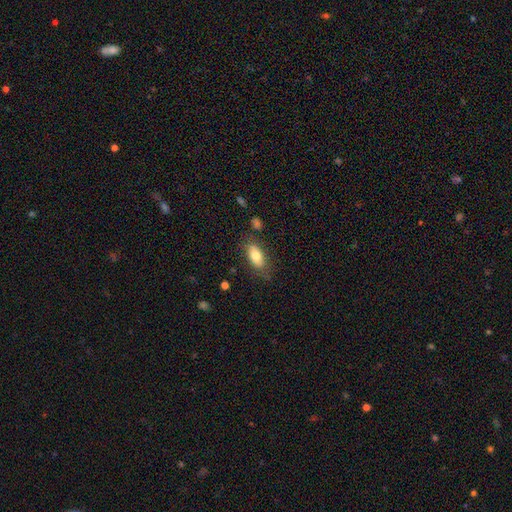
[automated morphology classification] smooth 76%, featured or disk 17%, star or artifact 7%. Down the decision tree: how rounded — in between (87%); merging — none (76%).